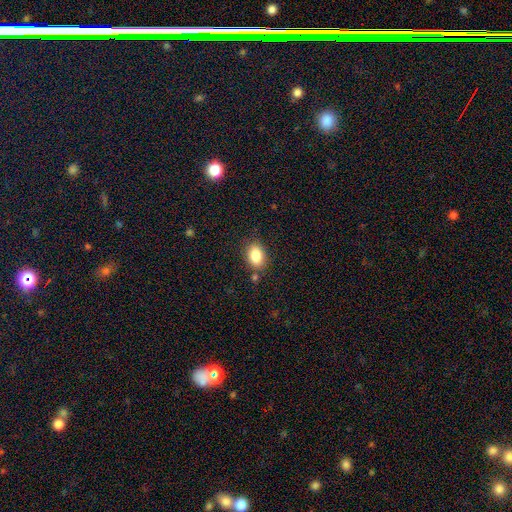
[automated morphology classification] This is clearly a smooth galaxy (86%). How rounded: clearly in between (83%). Merging: likely none (80%).